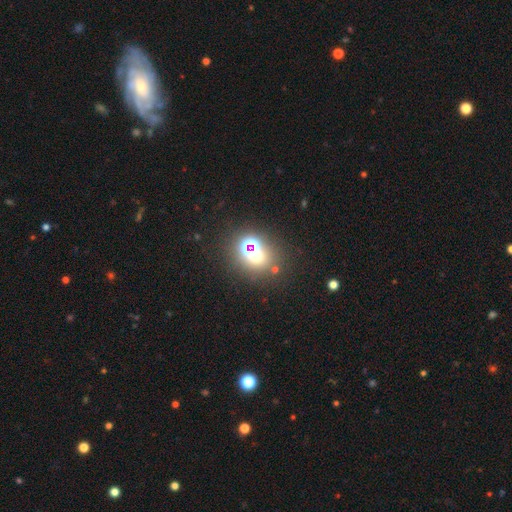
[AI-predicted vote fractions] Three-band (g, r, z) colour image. It shows a star or artifact, not a galaxy (47%).